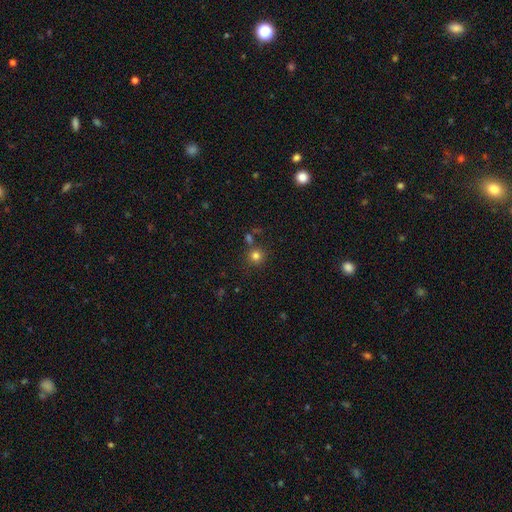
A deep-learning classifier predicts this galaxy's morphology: Overall: smooth (78%). How rounded: round (92%). Merging: none (77%).